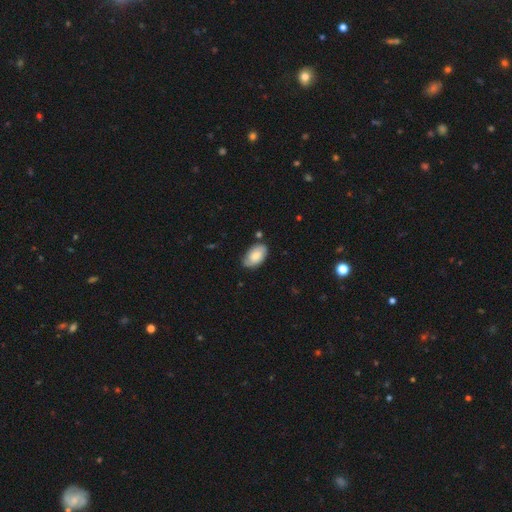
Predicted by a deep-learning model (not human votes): Smooth or featured?
  - smooth: 70% *
  - featured or disk: 23%
  - star or artifact: 6%
How rounded?
  - in between: 94% *
  - round: 4%
  - cigar-shaped: 1%
Merging?
  - none: 73% *
  - minor disturbance: 21%
  - major disturbance: 4%
  - merger: 3%